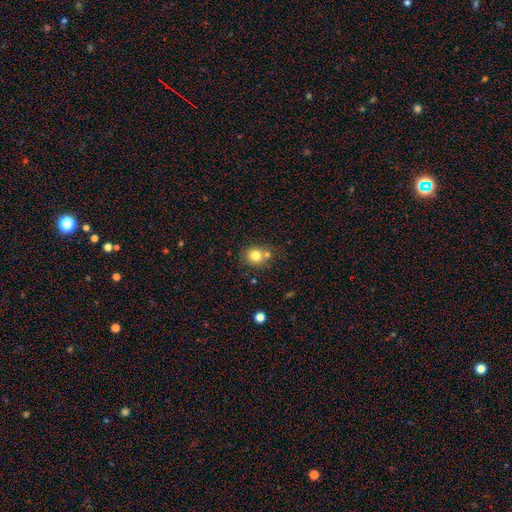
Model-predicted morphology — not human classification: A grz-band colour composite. It shows a smooth galaxy with no disk features (78%) that is round (79%). Merging: none (62%).